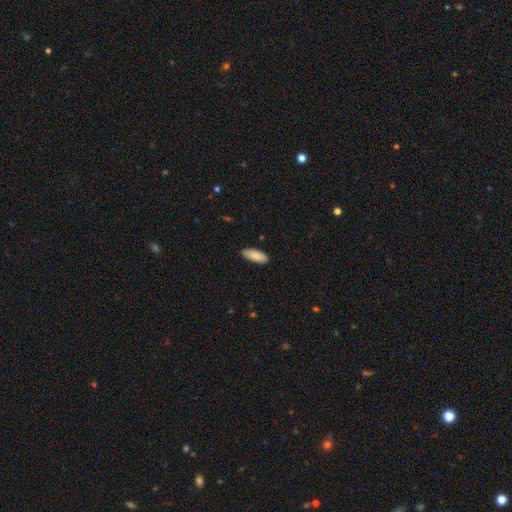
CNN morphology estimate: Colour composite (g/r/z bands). It shows a smooth galaxy with no disk features (87%) that is in between round and cigar-shaped (74%). Merging: none (89%).